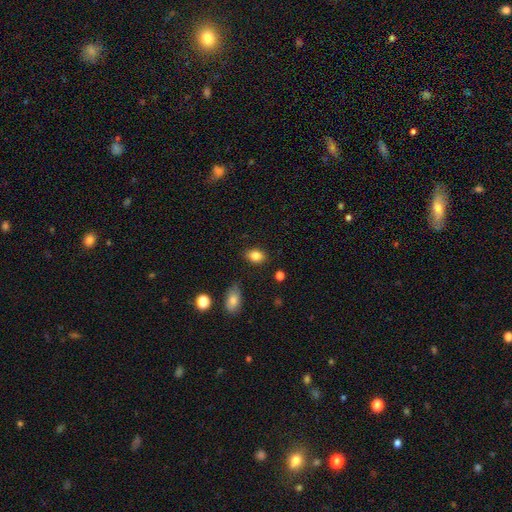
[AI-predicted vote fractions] smooth-or-featured: smooth: 84% | star or artifact: 9% | featured or disk: 7%
  how-rounded: in between: 75% | round: 23% | cigar-shaped: 1%
  merging: none: 83% | minor disturbance: 12% | major disturbance: 3% | merger: 2%